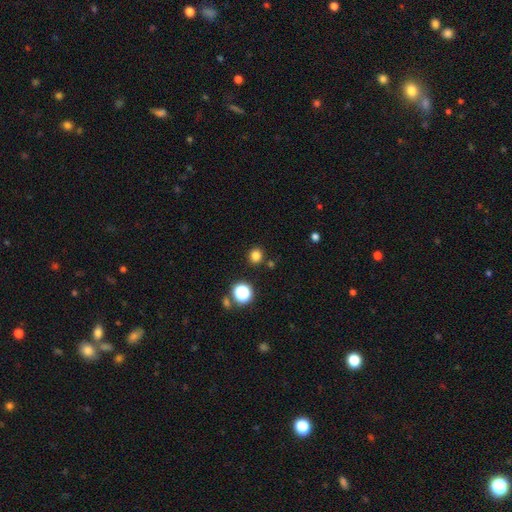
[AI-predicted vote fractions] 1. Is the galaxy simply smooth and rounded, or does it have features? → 79% smooth, 16% star or artifact, 4% featured or disk.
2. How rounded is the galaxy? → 87% round, 12% in between, 1% cigar-shaped.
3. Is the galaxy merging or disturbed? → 87% none, 7% minor disturbance, 4% merger, 2% major disturbance.